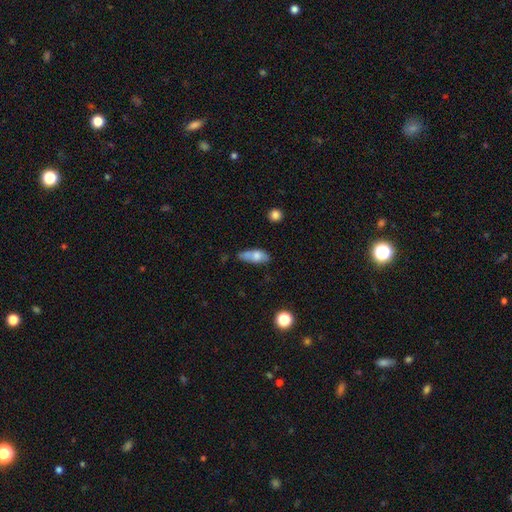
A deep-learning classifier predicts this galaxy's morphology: Smooth or featured? Predicted: smooth (p=0.69). How rounded? Predicted: in between (p=0.74). Merging? Predicted: none (p=0.45).